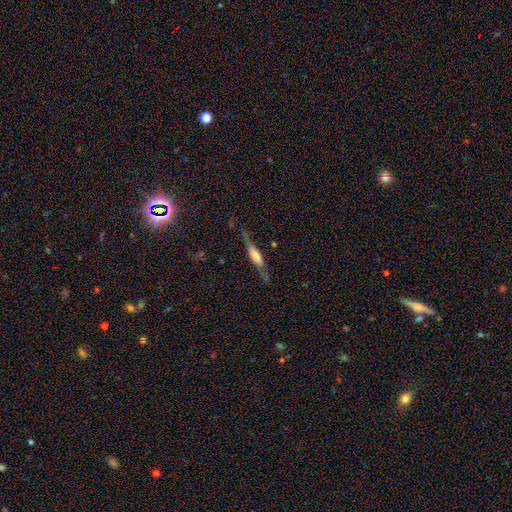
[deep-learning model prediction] smooth-or-featured: featured or disk: 54% | smooth: 38% | star or artifact: 8%
  disk-edge-on: yes: 89% | no: 11%
  merging: none: 70% | minor disturbance: 20% | major disturbance: 8% | merger: 2%